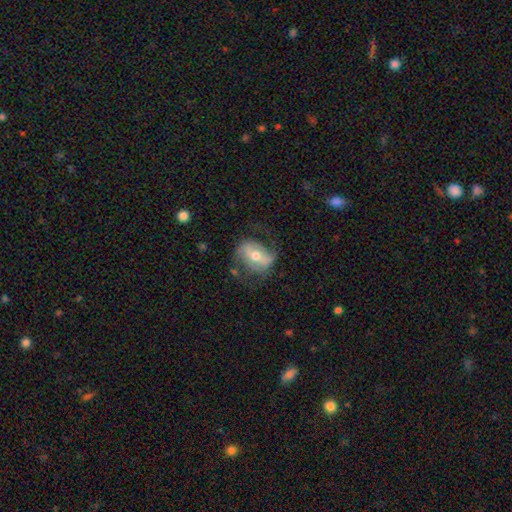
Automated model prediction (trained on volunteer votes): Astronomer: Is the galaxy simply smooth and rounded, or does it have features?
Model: featured or disk — 66%.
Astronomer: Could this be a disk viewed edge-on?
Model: no — 93%.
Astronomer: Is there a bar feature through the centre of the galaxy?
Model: strong — 43% (runner-up: weak, 33%).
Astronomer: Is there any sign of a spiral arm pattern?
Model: yes — 76%.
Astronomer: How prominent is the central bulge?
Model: moderate — 63%.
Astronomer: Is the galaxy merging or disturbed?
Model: none — 58%.